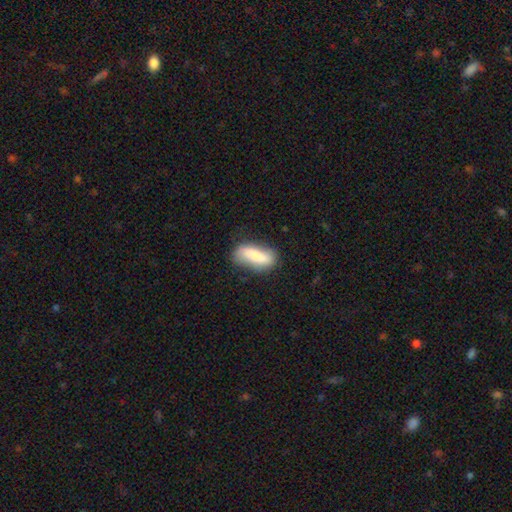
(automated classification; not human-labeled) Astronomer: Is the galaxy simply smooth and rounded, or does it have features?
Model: smooth — 75%.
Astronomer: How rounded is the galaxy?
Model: in between — 63%.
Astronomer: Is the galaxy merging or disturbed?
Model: none — 68%.